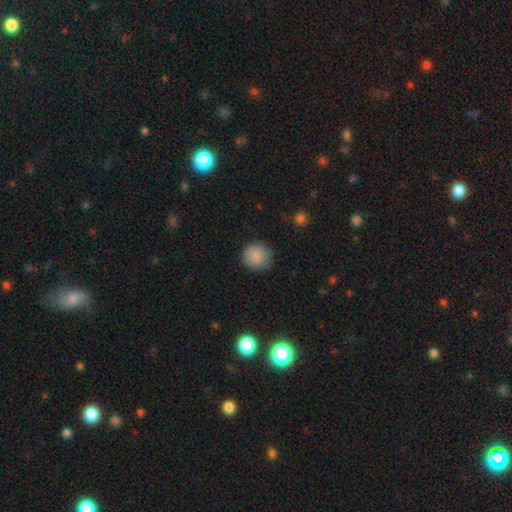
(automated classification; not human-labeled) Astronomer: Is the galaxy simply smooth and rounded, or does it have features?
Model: smooth — 88%.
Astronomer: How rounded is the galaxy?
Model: round — 93%.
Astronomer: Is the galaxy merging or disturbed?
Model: none — 87%.